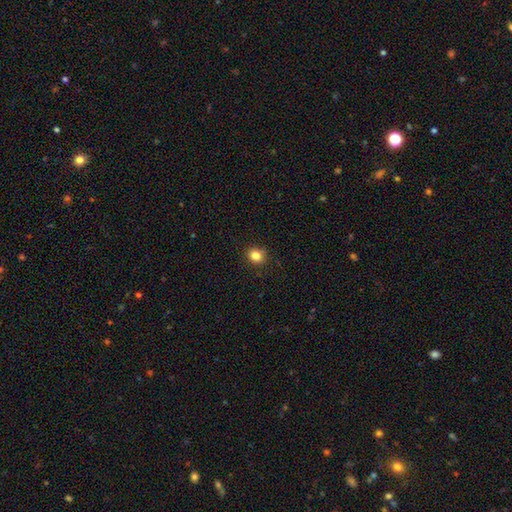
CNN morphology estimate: A smooth galaxy with no disk features (83%) that is round (76%).

Vote fractions:
- Smooth or featured? smooth: 83% / star or artifact: 12% / featured or disk: 5%
- How rounded? round: 76% / in between: 24% / cigar-shaped: 1%
- Merging? none: 89% / minor disturbance: 8% / major disturbance: 2% / merger: 1%